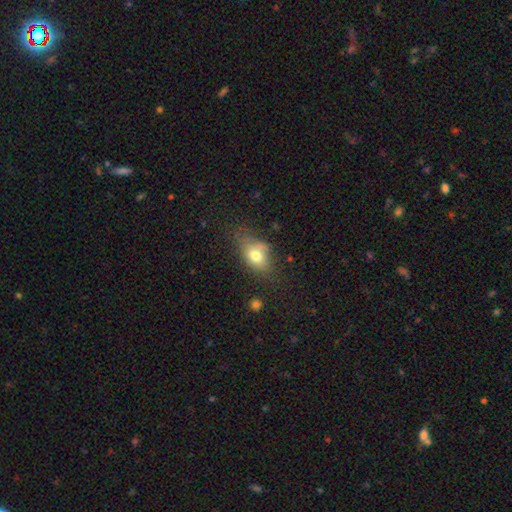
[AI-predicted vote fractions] Smooth or featured: smooth — 73% (featured or disk — 17%)
How rounded: in between — 79% (round — 18%)
Merging: none — 45% (minor disturbance — 32%)